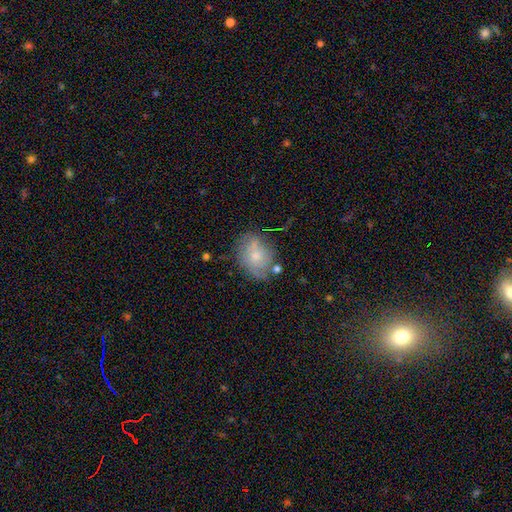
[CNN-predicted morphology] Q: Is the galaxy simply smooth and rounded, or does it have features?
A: smooth — 58%.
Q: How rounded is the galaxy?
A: in between — 61%.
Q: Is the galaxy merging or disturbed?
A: none — 57%.